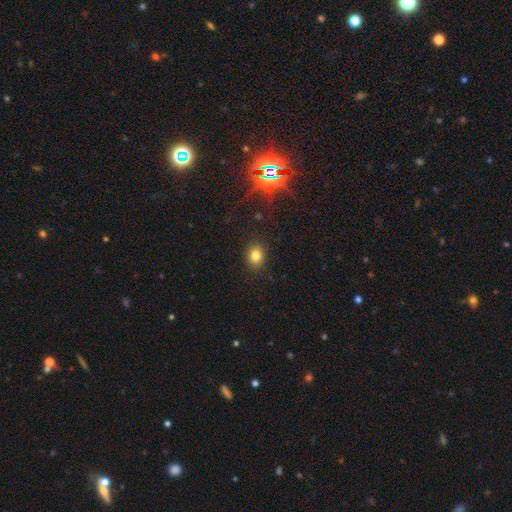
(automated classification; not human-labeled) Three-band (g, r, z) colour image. It shows a smooth galaxy with no disk features (78%) that is in between round and cigar-shaped (52%). Merging: none (88%).